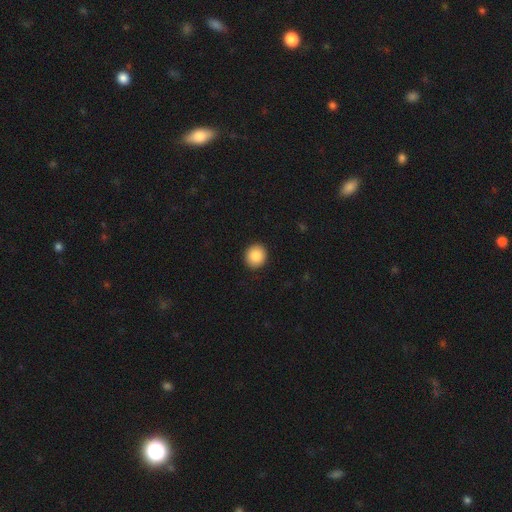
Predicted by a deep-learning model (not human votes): Smooth or featured? smooth (87%)
How rounded? round (88%)
Merging? none (92%)